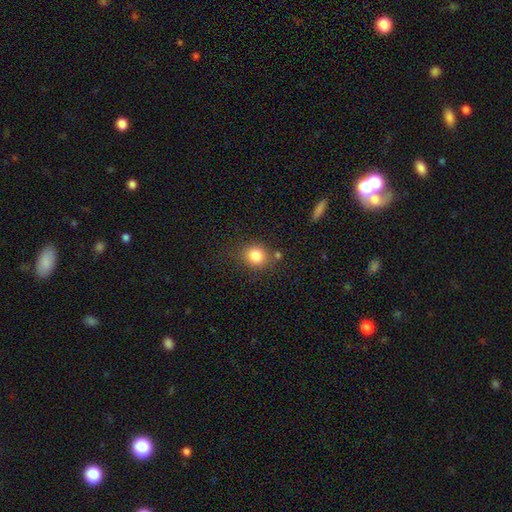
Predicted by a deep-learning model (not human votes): Smooth or featured? Predicted: smooth (p=0.83). How rounded? Predicted: round (p=0.78). Merging? Predicted: none (p=0.75).